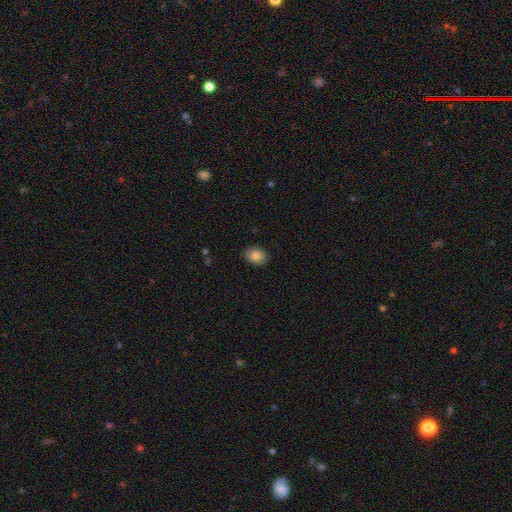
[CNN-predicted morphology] Overall: smooth (84%). How rounded: in between (73%). Merging: none (89%).